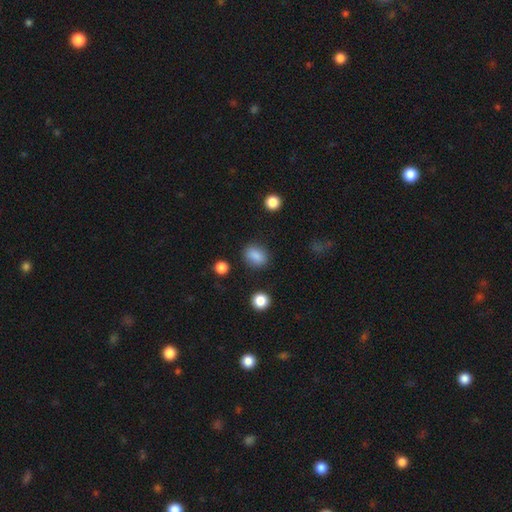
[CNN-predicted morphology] type=smooth (86%); roundness=in between (65%); merging=none (82%).